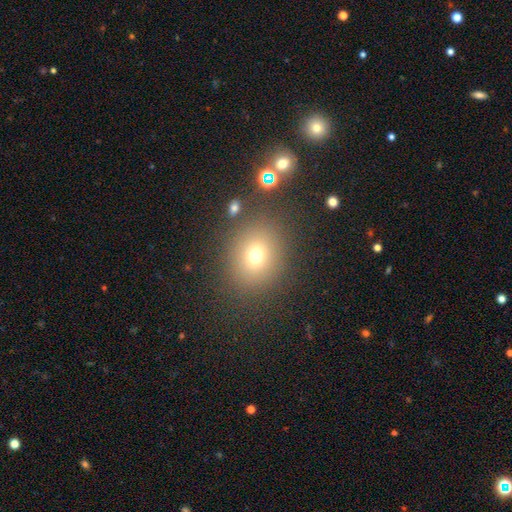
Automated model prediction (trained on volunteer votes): Q: Smooth or featured?
A: smooth (69%); runner-up: star or artifact (19%)
Q: How rounded?
A: round (70%); runner-up: in between (29%)
Q: Merging?
A: none (83%); runner-up: minor disturbance (9%)